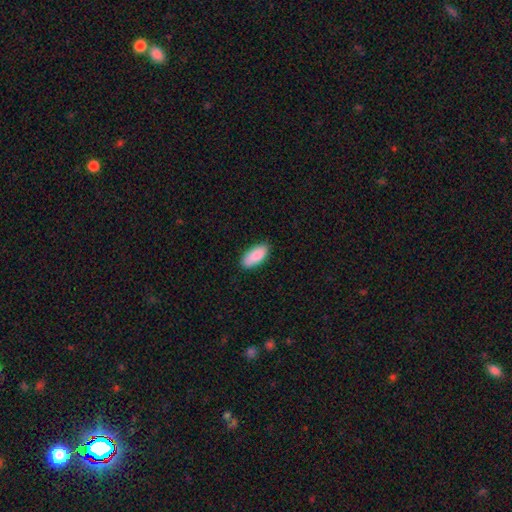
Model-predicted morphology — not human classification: smooth 89%, star or artifact 6%, featured or disk 5%. Down the decision tree: how rounded — in between (90%); merging — none (85%).